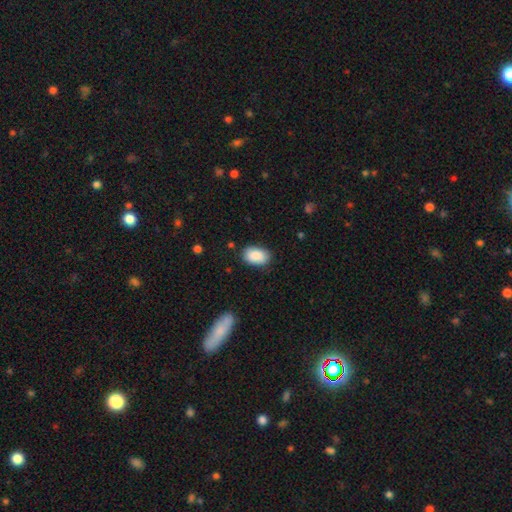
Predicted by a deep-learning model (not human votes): Smooth or featured? Predicted: smooth (p=0.89). How rounded? Predicted: in between (p=0.89). Merging? Predicted: none (p=0.82).